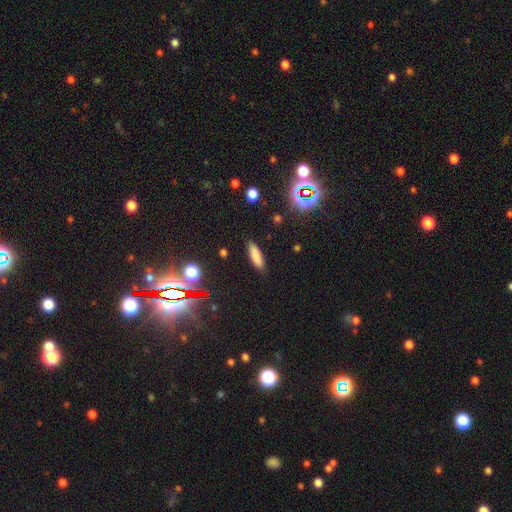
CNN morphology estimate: This is clearly a smooth galaxy (81%). How rounded: possibly cigar-shaped (56%). Merging: clearly none (88%).